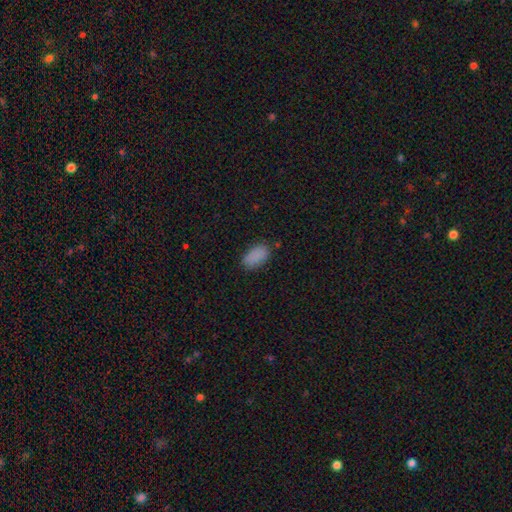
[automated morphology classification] type=smooth (87%); roundness=in between (94%); merging=none (80%).